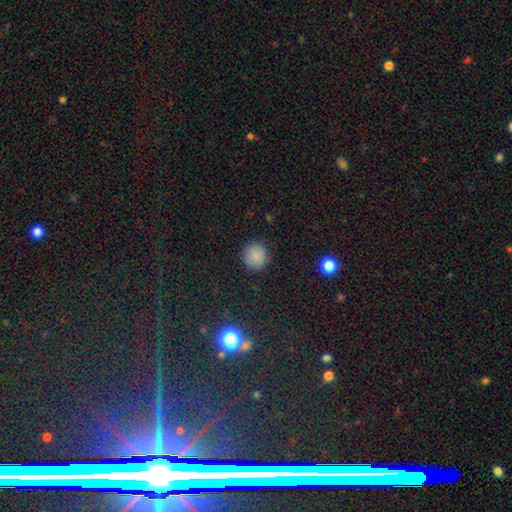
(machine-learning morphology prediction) Smooth or featured? Predicted: smooth (p=0.84). How rounded? Predicted: round (p=0.94). Merging? Predicted: none (p=0.89).